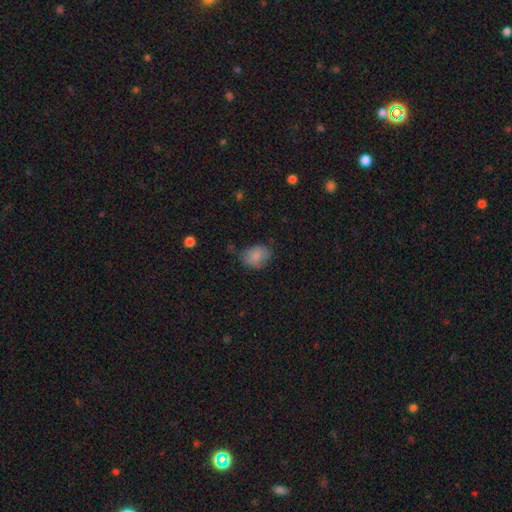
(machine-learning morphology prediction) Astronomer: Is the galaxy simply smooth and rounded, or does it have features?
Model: smooth — 81%.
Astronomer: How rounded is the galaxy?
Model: in between — 70%.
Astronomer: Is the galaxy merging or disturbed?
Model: none — 61%.